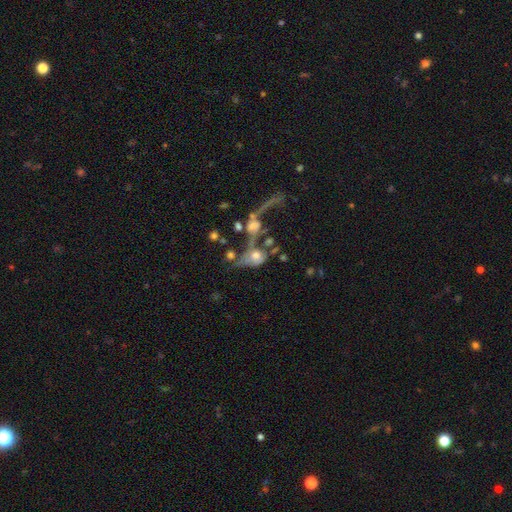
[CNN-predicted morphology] Smooth or featured? Predicted: smooth (p=0.46). Merging? Predicted: merger (p=0.46).